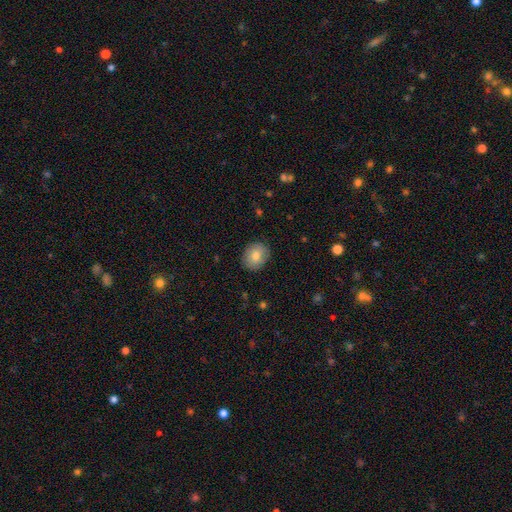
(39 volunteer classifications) This is clearly a smooth galaxy (87%). How rounded: possibly in between (56%). Merging: clearly none (82%).